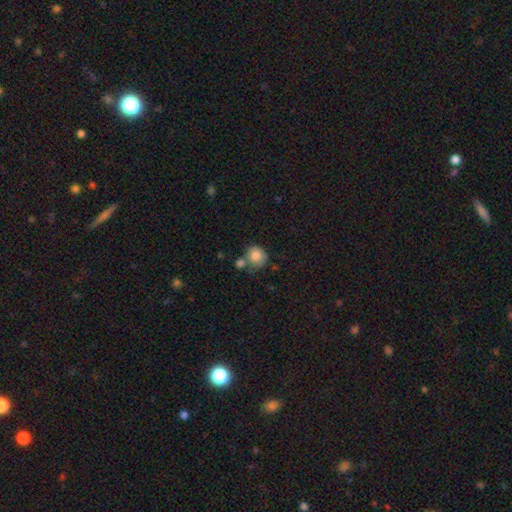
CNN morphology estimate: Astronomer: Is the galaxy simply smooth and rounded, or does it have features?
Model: smooth — 84%.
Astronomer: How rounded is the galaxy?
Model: round — 79%.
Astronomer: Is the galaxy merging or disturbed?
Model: none — 48% (runner-up: merger, 27%).